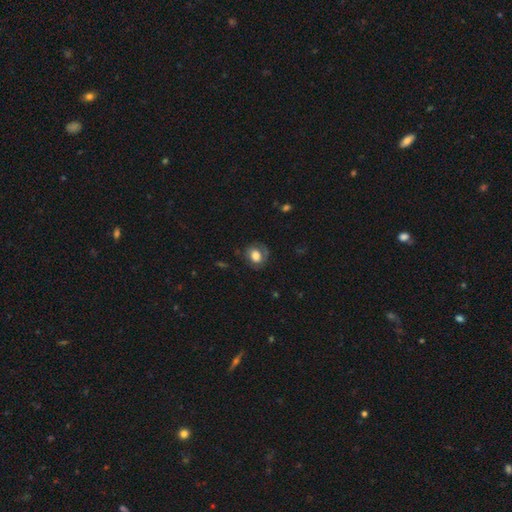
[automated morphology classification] A smooth galaxy with no disk features (65%) that is round (57%).

Vote fractions:
- Smooth or featured? smooth: 65% / featured or disk: 26% / star or artifact: 8%
- How rounded? round: 57% / in between: 42% / cigar-shaped: 1%
- Merging? none: 70% / minor disturbance: 19% / major disturbance: 9% / merger: 1%